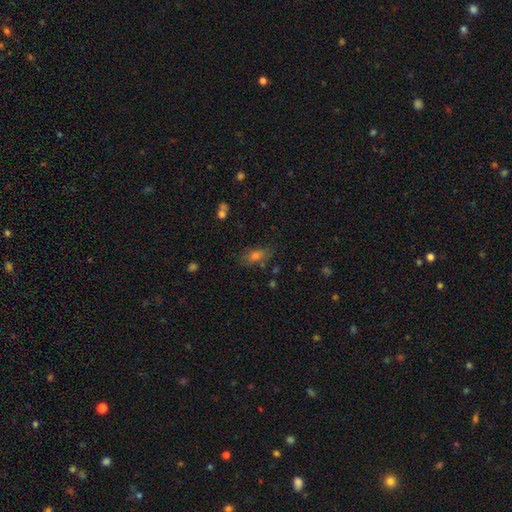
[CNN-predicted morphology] smooth 59%, star or artifact 23%, featured or disk 18%. Down the decision tree: how rounded — in between (77%); merging — none (74%).